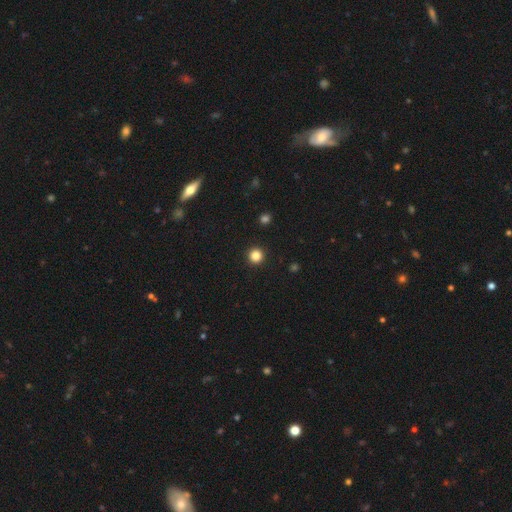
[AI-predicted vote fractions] smooth 84%, star or artifact 12%, featured or disk 4%. Down the decision tree: how rounded — round (96%); merging — none (94%).